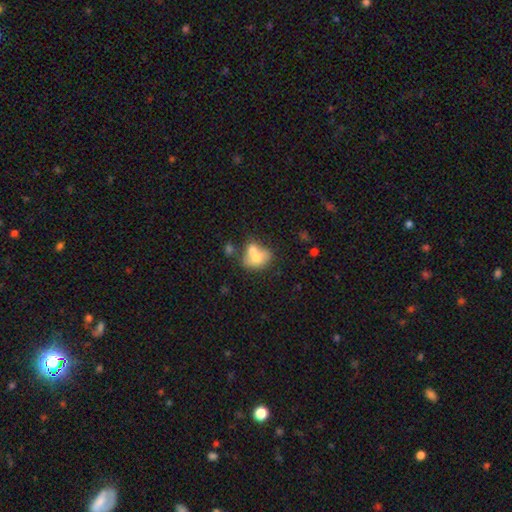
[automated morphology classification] This appears to be a smooth galaxy with no disk features (66%) that is in between round and cigar-shaped (62%). Merging: merger (57%).